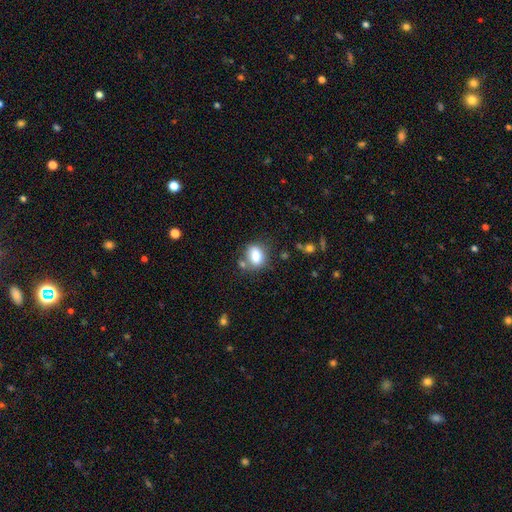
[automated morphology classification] Smooth or featured? smooth (83%)
How rounded? in between (58%)
Merging? none (66%)